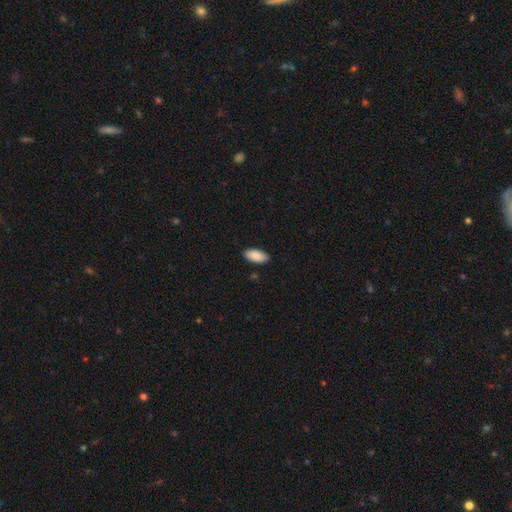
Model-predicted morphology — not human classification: Smooth or featured? smooth (90%)
How rounded? in between (90%)
Merging? none (88%)